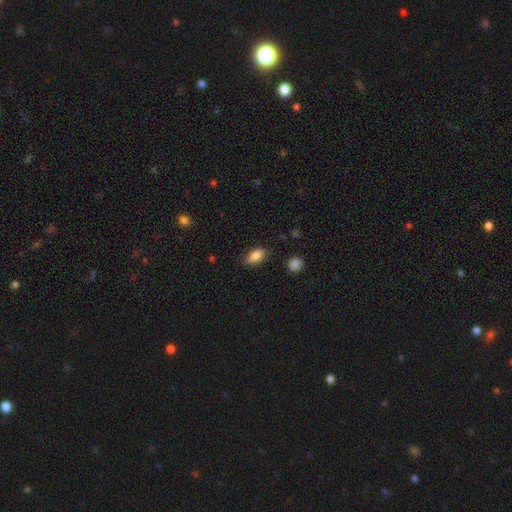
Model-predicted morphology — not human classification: Smooth or featured? smooth (84%)
How rounded? in between (88%)
Merging? none (82%)